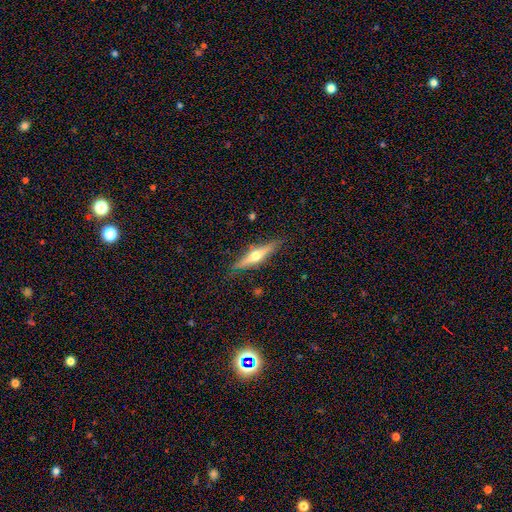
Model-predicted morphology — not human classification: Q: Smooth or featured?
A: featured or disk (63%); runner-up: smooth (31%)
Q: Edge-on disk?
A: yes (96%); runner-up: no (4%)
Q: Edge-on bulge?
A: rounded (92%); runner-up: none (5%)
Q: Merging?
A: none (88%); runner-up: minor disturbance (9%)